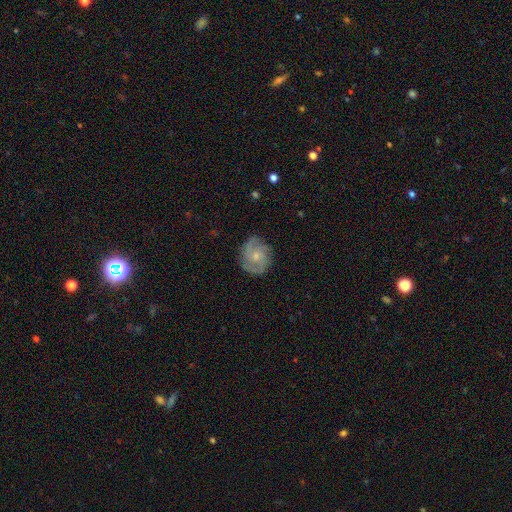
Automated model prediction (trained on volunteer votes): smooth_or_featured: featured or disk (p=0.78) [alt: smooth p=0.16]
disk_edge_on: no (p=0.98) [alt: yes p=0.02]
bar: no (p=0.72) [alt: weak p=0.24]
has_spiral_arms: yes (p=0.95) [alt: no p=0.05]
spiral_winding: medium (p=0.46) [alt: tight p=0.42]
spiral_arm_count: 3 (p=0.43) [alt: 2 p=0.26]
bulge_size: small (p=0.57) [alt: moderate p=0.37]
merging: none (p=0.78) [alt: minor disturbance p=0.16]